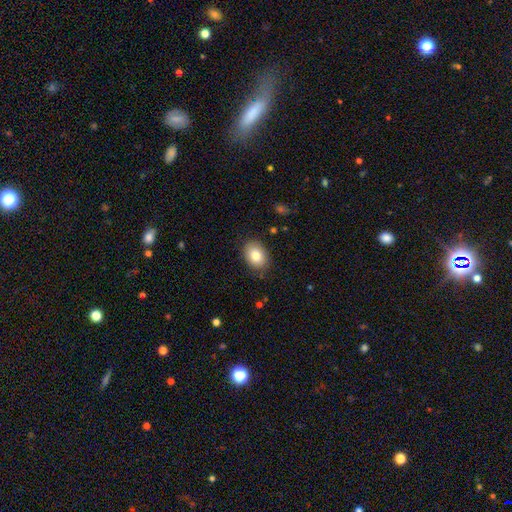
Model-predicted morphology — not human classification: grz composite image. It shows a smooth galaxy with no disk features (81%) that is in between round and cigar-shaped (73%). Merging: none (85%).